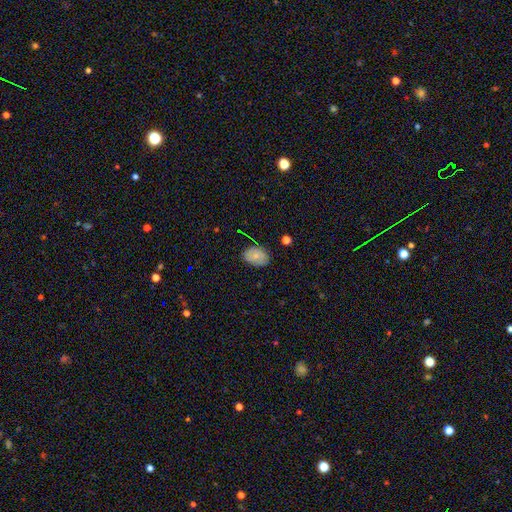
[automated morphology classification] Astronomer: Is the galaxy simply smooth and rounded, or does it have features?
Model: smooth — 74%.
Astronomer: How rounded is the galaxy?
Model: in between — 79%.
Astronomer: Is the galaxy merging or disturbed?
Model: none — 76%.